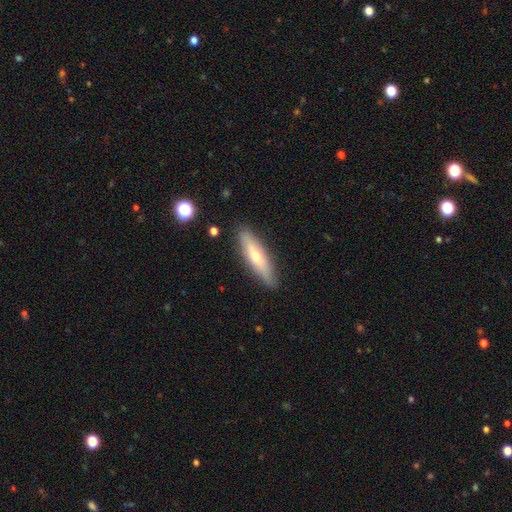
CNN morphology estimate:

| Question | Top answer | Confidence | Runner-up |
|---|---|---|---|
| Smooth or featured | smooth | 53% | featured or disk (41%) |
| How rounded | cigar-shaped | 74% | in between (24%) |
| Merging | none | 87% | minor disturbance (10%) |